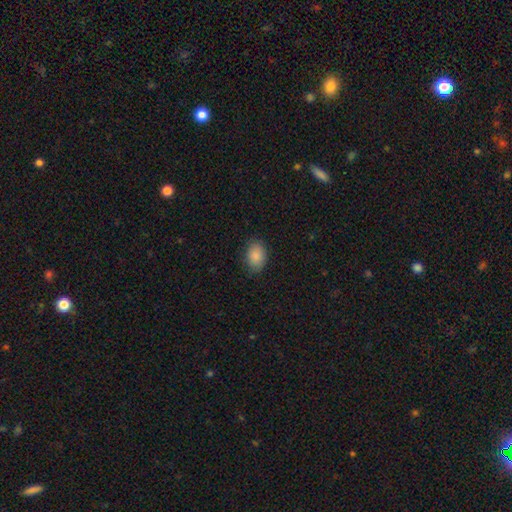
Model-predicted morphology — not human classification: This is clearly a smooth galaxy (88%). How rounded: clearly in between (81%). Merging: clearly none (84%).